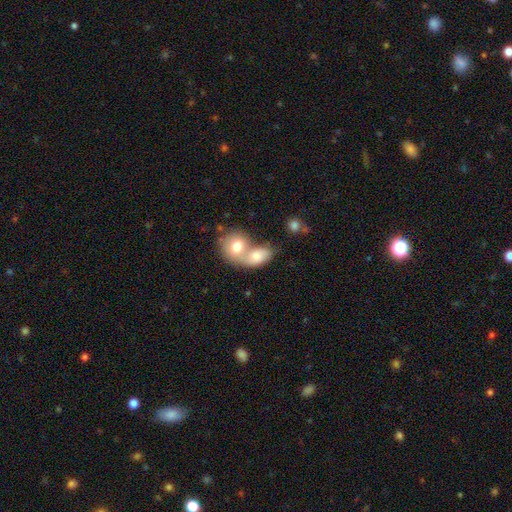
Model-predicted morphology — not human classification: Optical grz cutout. It shows a smooth galaxy with no disk features (71%) that is in between round and cigar-shaped (61%). Merging: merger (75%).